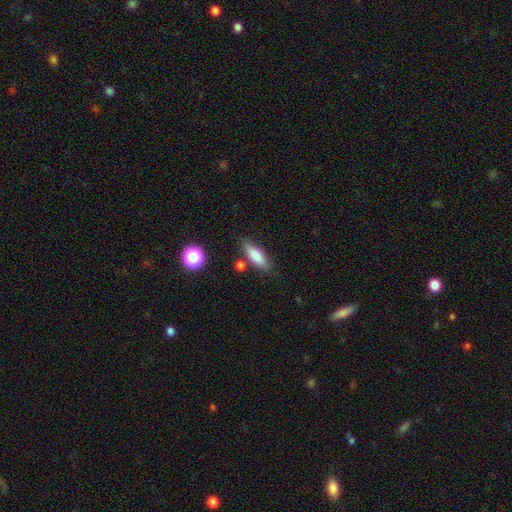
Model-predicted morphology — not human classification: This appears to be a smooth galaxy with no disk features (79%) that is in between round and cigar-shaped (64%). Merging: none (76%).